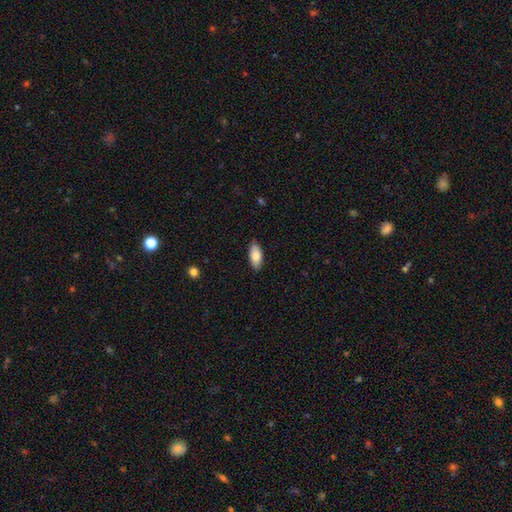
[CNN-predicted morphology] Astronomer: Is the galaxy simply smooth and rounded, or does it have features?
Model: smooth — 84%.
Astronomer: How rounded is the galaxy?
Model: in between — 87%.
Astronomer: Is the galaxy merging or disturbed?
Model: none — 86%.